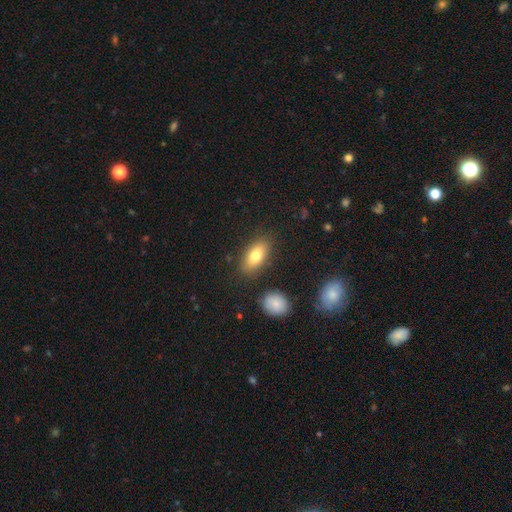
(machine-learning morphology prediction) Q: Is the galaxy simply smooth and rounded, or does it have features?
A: smooth — 77%.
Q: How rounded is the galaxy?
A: in between — 86%.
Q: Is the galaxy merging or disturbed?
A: none — 83%.